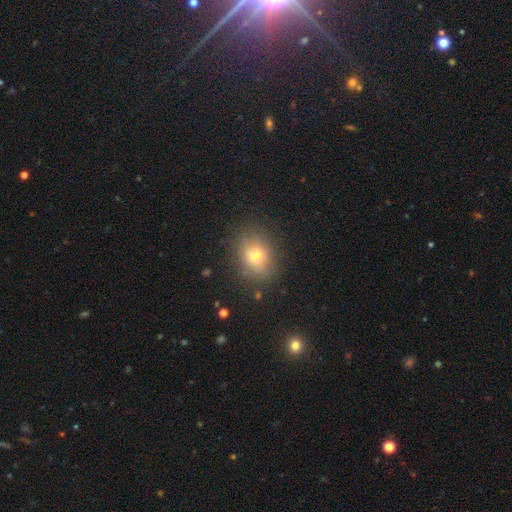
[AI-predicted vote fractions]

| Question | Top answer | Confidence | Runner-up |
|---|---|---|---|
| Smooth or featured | smooth | 69% | featured or disk (18%) |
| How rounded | in between | 52% | round (46%) |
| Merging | none | 80% | minor disturbance (14%) |